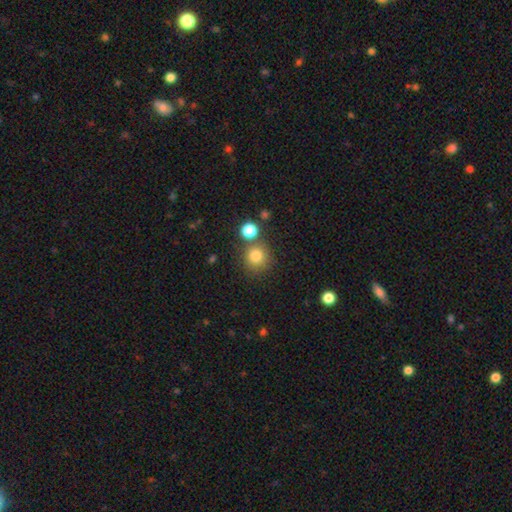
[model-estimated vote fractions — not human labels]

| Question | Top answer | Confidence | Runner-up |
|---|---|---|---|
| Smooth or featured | smooth | 82% | star or artifact (12%) |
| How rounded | round | 91% | in between (8%) |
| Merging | none | 72% | merger (14%) |